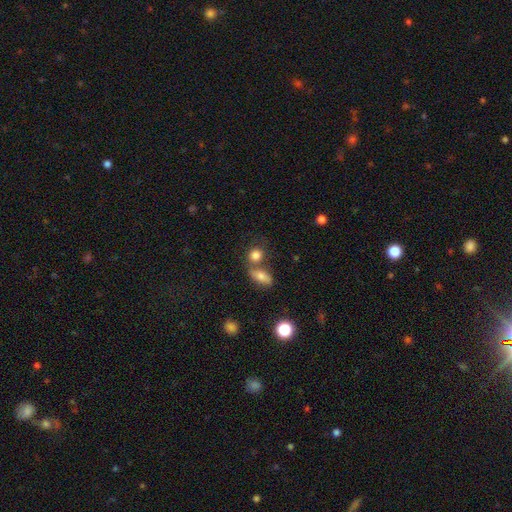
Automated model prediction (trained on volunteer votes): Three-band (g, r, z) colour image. It shows a smooth galaxy with no disk features (81%) that is round (63%). Merging: none (48%).